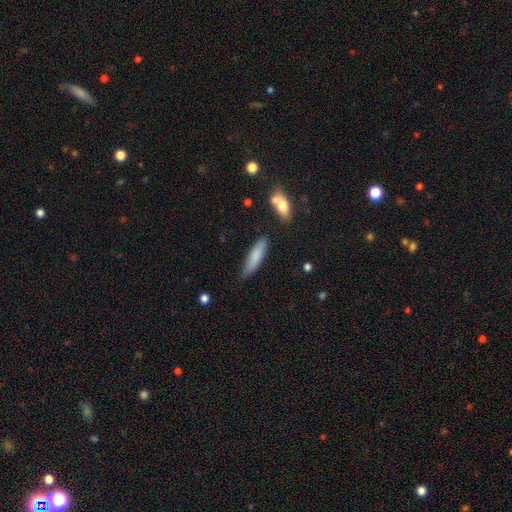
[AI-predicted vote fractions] smooth_or_featured: smooth (p=0.81) [alt: featured or disk p=0.13]
how_rounded: cigar-shaped (p=0.71) [alt: in between p=0.28]
merging: none (p=0.75) [alt: minor disturbance p=0.19]